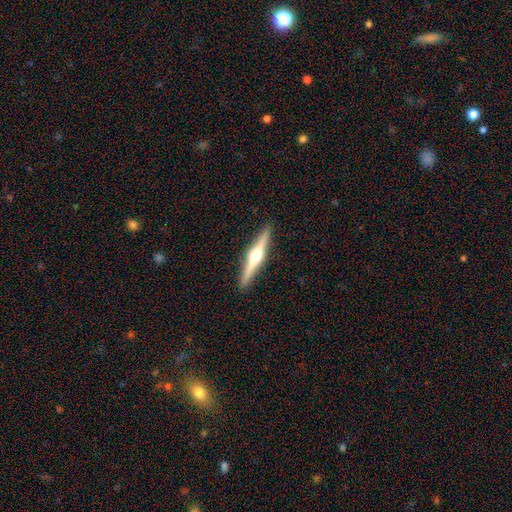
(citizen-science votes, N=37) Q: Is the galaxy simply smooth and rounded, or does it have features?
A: featured or disk — 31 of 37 (84%).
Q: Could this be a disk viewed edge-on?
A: yes — 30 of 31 (97%).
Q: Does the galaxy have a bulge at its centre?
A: rounded — 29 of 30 (97%).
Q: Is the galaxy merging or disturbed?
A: none — 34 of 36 (94%).